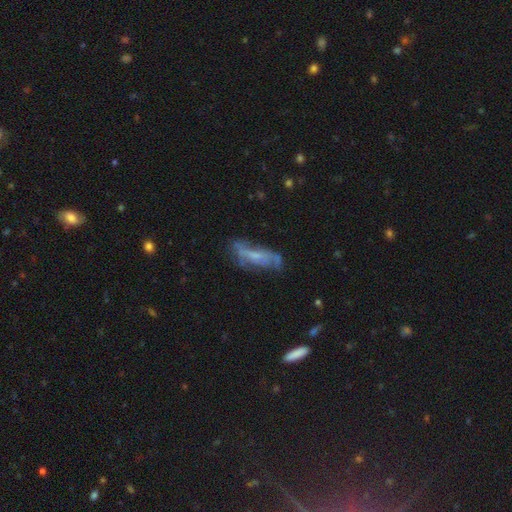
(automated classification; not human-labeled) smooth-or-featured: featured or disk: 59% | smooth: 32% | star or artifact: 10%
  disk-edge-on: no: 75% | yes: 25%
  merging: none: 51% | minor disturbance: 27% | major disturbance: 18% | merger: 5%